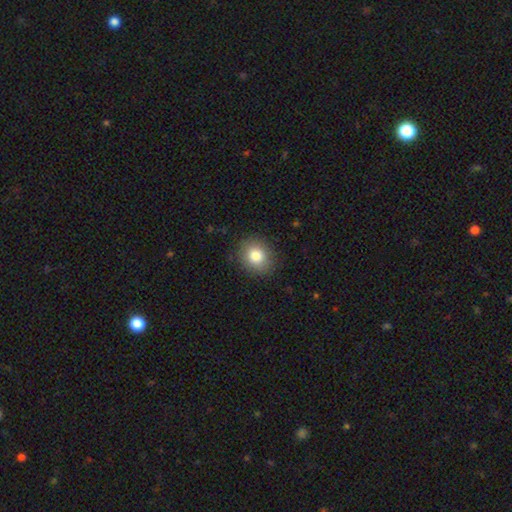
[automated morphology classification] type=smooth (82%); roundness=round (71%); merging=none (88%).